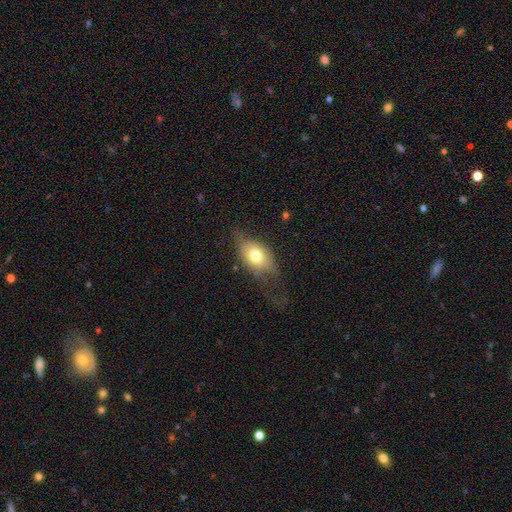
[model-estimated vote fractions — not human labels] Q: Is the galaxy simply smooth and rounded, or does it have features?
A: smooth — 66%.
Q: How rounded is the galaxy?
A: in between — 80%.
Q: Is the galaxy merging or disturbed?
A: none — 47%.